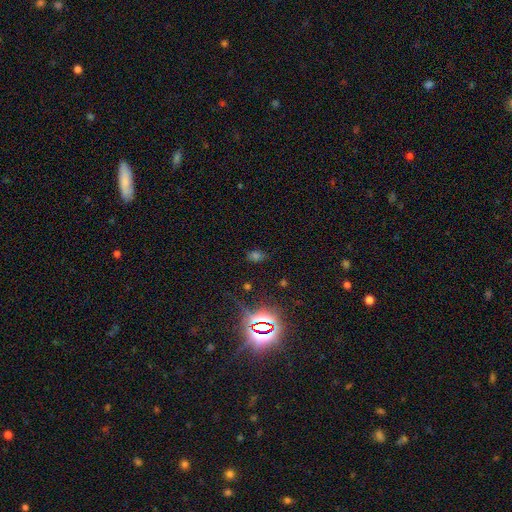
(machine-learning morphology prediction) smooth_or_featured: star or artifact (p=0.57) [alt: smooth p=0.34]